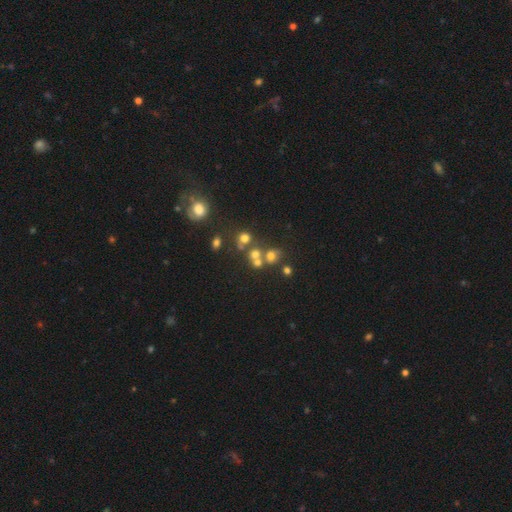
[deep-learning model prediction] smooth 57%, star or artifact 26%, featured or disk 17%. Down the decision tree: how rounded — round (82%); merging — none (49%).